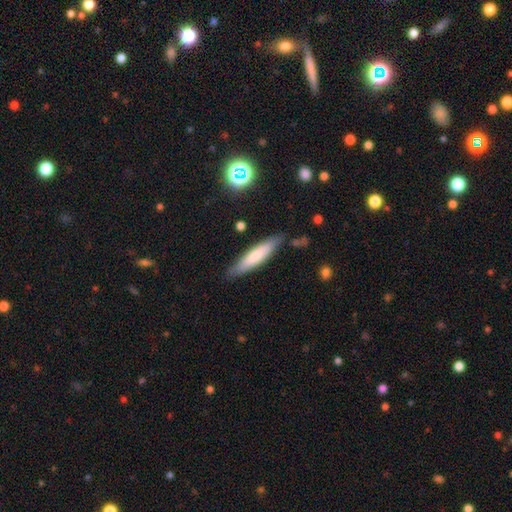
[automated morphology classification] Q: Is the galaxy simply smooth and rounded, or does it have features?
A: smooth — 72%.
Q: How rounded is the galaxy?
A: cigar-shaped — 80%.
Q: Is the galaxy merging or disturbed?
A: none — 82%.